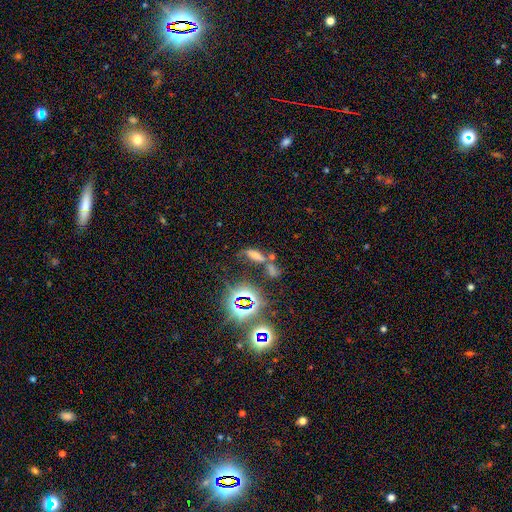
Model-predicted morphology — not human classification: smooth-or-featured: smooth: 51% | star or artifact: 35% | featured or disk: 15%
  how-rounded: in between: 60% | cigar-shaped: 33% | round: 7%
  merging: none: 40% | merger: 31% | minor disturbance: 16% | major disturbance: 12%